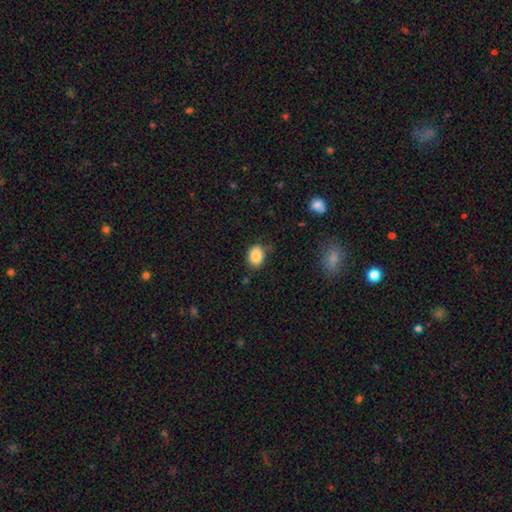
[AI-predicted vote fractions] smooth-or-featured: smooth: 86% | star or artifact: 9% | featured or disk: 5%
  how-rounded: in between: 62% | round: 37% | cigar-shaped: 1%
  merging: none: 75% | minor disturbance: 19% | major disturbance: 4% | merger: 2%